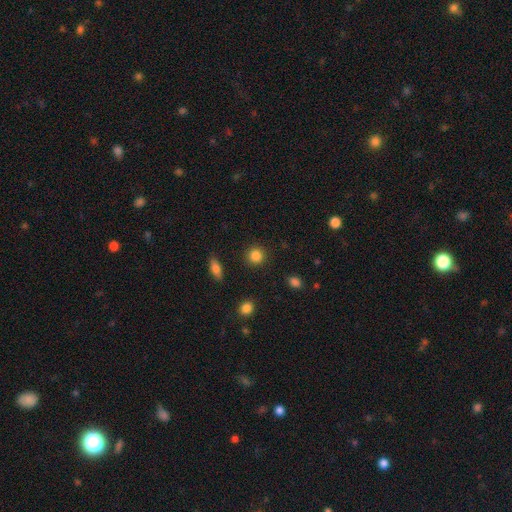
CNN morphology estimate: Smooth or featured: smooth — 86% (star or artifact — 10%)
How rounded: round — 91% (in between — 7%)
Merging: none — 91% (minor disturbance — 6%)